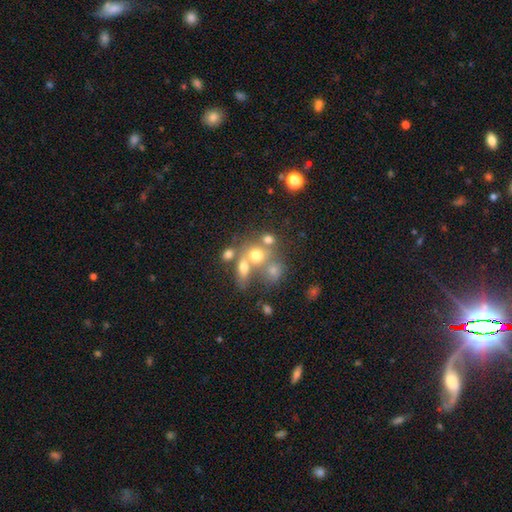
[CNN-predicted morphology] This is likely a smooth galaxy (63%). How rounded: likely round (64%). Merging: marginally merger (44%).